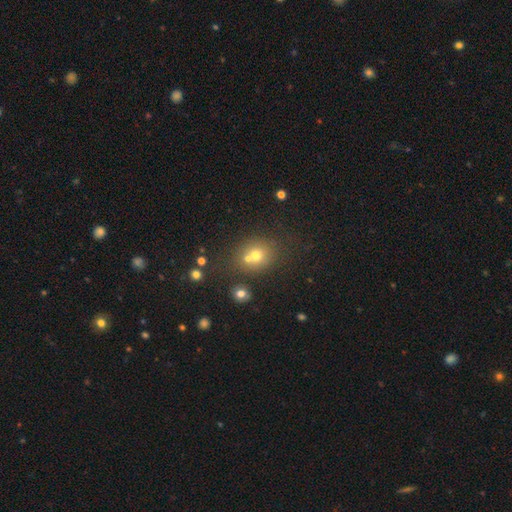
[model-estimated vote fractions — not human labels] Morphology: type=smooth (67%); roundness=round (70%); merging=none (56%).